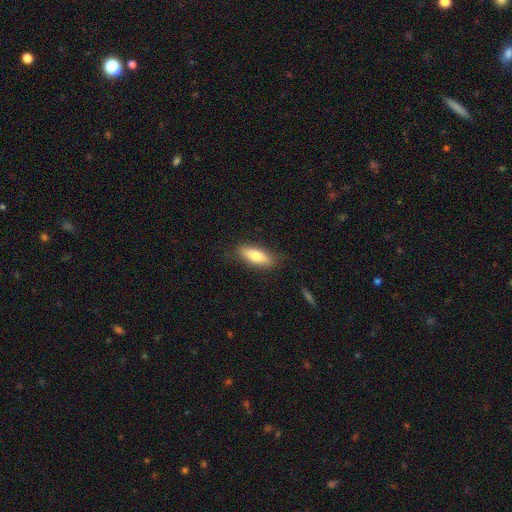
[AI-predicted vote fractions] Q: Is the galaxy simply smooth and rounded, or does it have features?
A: smooth — 76%.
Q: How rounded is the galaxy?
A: in between — 65%.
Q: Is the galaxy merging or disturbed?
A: none — 82%.